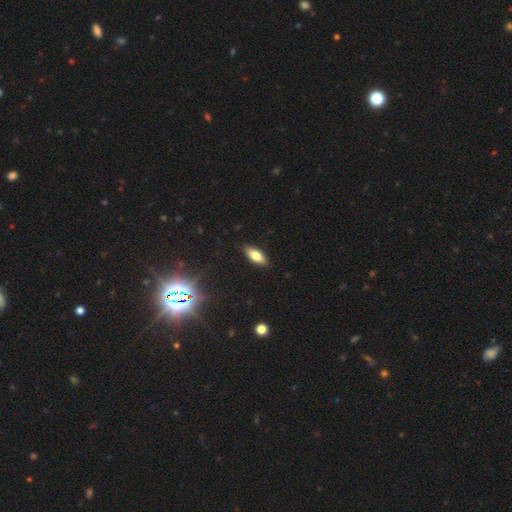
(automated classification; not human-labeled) smooth 71%, featured or disk 20%, star or artifact 10%. Down the decision tree: how rounded — in between (78%); merging — none (89%).